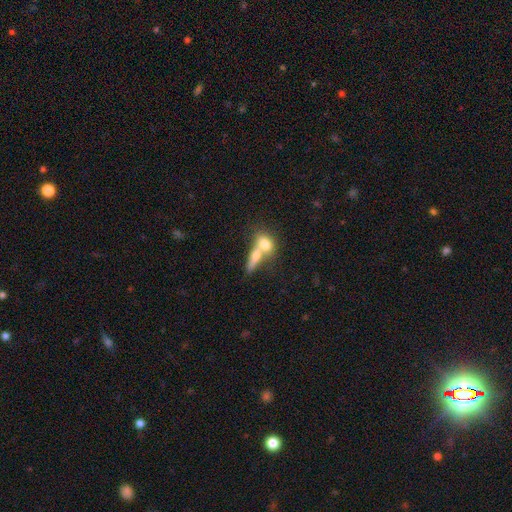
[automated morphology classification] A smooth galaxy with no disk features (67%) that is in between round and cigar-shaped (56%). Merging: merger (66%).